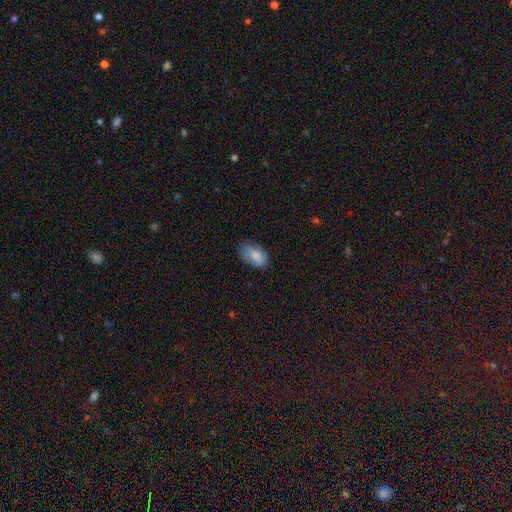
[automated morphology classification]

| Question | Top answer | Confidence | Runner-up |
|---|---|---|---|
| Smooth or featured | smooth | 79% | featured or disk (15%) |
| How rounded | in between | 92% | round (6%) |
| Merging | none | 72% | minor disturbance (22%) |